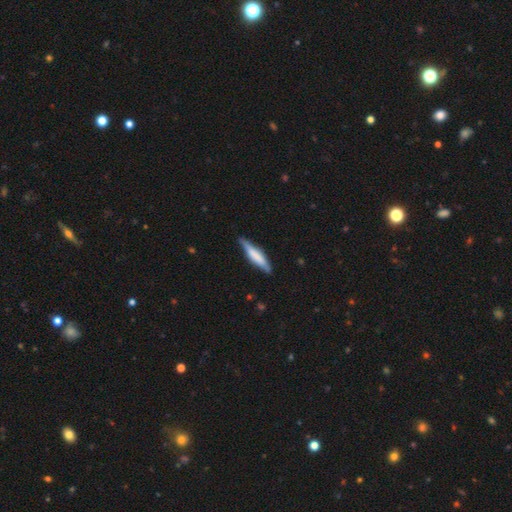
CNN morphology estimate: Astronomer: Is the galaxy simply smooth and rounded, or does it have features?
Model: smooth — 58% (runner-up: featured or disk, 37%).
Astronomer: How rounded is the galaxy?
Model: cigar-shaped — 83%.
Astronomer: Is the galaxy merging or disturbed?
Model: none — 77%.